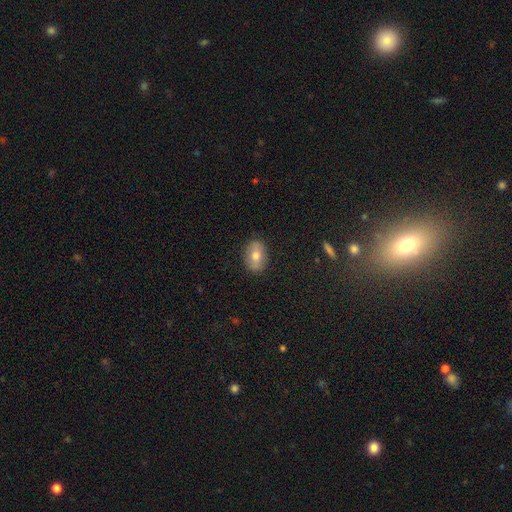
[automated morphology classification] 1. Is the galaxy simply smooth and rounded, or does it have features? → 65% smooth, 27% featured or disk, 8% star or artifact.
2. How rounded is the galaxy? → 73% in between, 26% round, 2% cigar-shaped.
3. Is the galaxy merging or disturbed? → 86% none, 10% minor disturbance, 3% major disturbance, 1% merger.